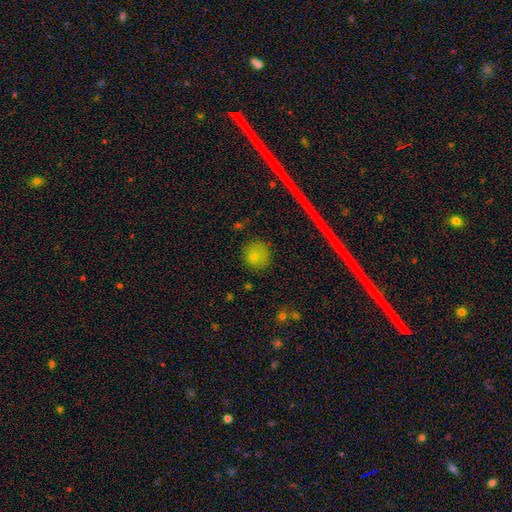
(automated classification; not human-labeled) Smooth or featured? smooth (77%)
How rounded? round (89%)
Merging? none (81%)